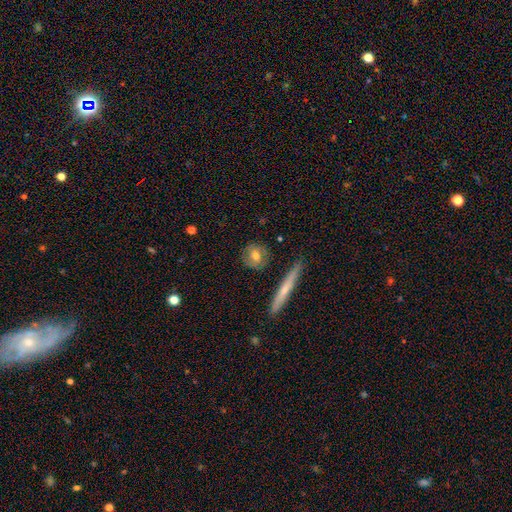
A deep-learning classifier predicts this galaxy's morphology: A smooth galaxy with no disk features (53%) that is round (70%).

Vote fractions:
- Smooth or featured? smooth: 53% / featured or disk: 40% / star or artifact: 7%
- How rounded? round: 70% / in between: 21% / cigar-shaped: 9%
- Merging? none: 82% / minor disturbance: 12% / merger: 3% / major disturbance: 3%